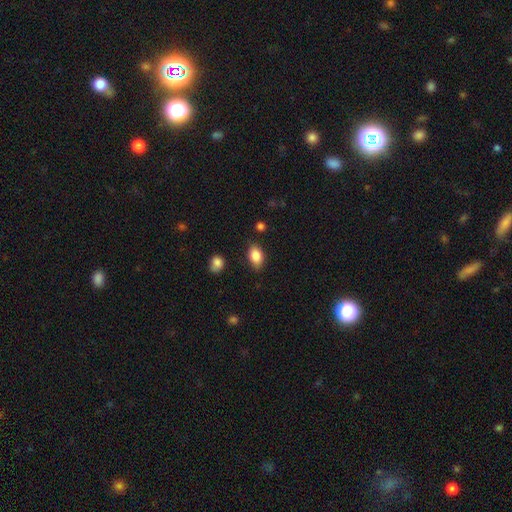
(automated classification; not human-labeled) This is clearly a smooth galaxy (86%). How rounded: clearly in between (88%). Merging: clearly none (82%).